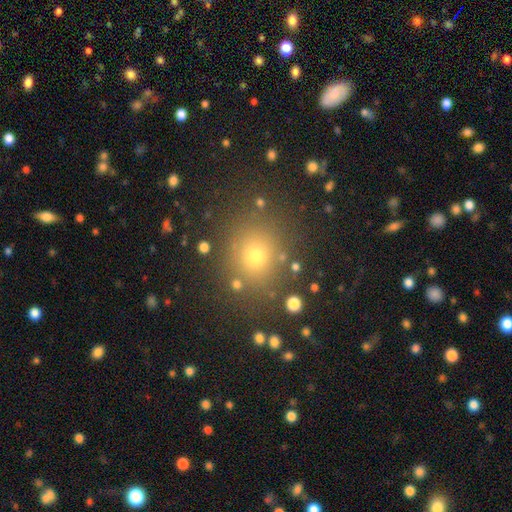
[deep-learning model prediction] This appears to be a smooth galaxy with no disk features (73%) that is round (78%). Merging: none (82%).